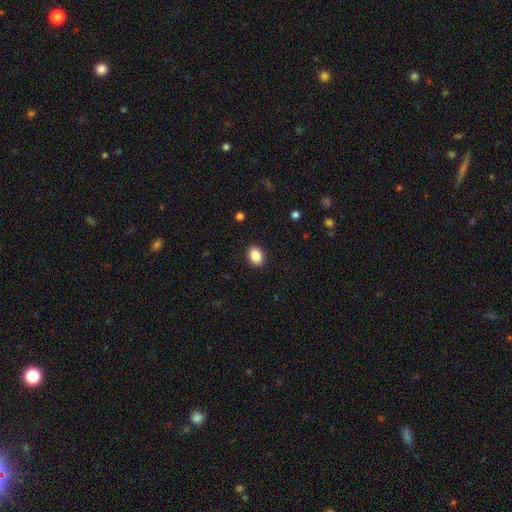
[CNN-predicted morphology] Smooth or featured? smooth (87%)
How rounded? in between (75%)
Merging? none (90%)